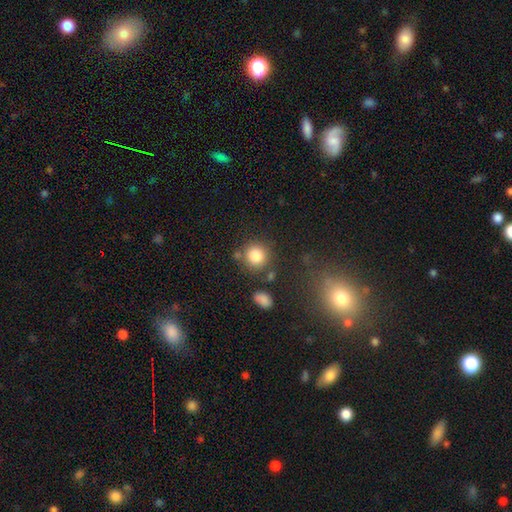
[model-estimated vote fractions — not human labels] Smooth or featured? smooth (83%)
How rounded? round (89%)
Merging? none (75%)